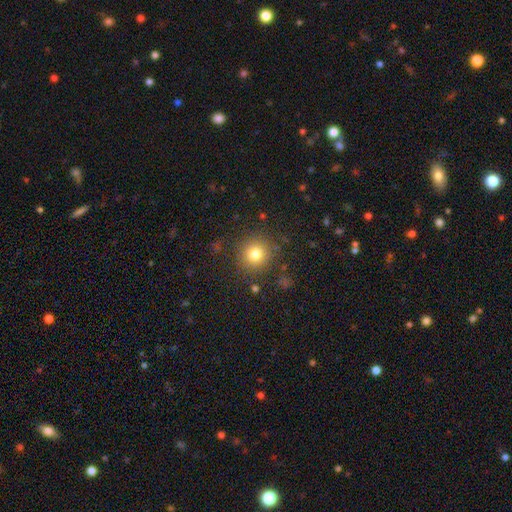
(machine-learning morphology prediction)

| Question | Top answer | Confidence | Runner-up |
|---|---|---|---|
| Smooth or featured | smooth | 55% | star or artifact (38%) |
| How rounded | round | 93% | in between (6%) |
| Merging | none | 88% | minor disturbance (7%) |